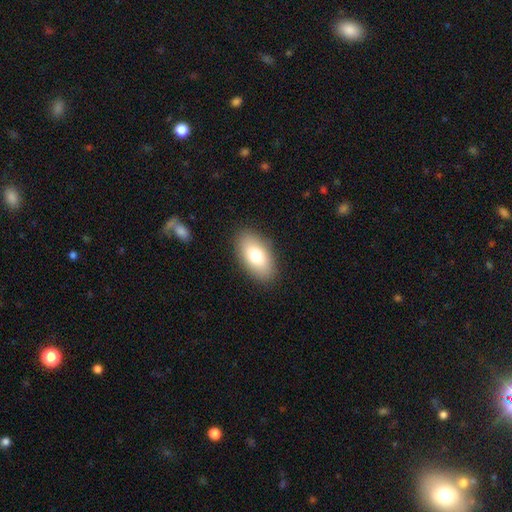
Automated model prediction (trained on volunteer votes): The model was most divided on "smooth or featured": smooth: 79%, featured or disk: 14%, star or artifact: 7%. More confident: how rounded — in between (93%); merging — none (88%).